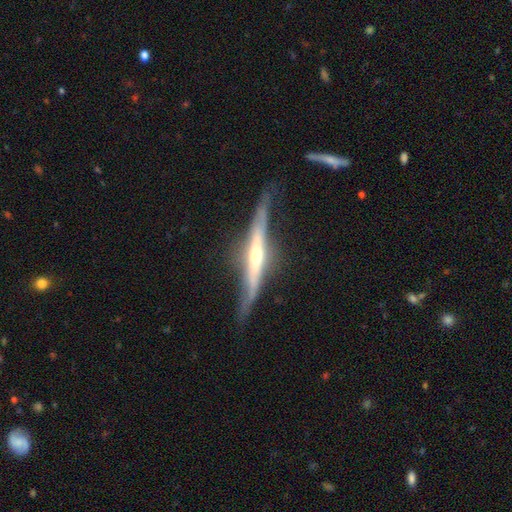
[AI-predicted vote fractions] Morphology: type=featured or disk (84%); edge-on=yes (92%); edge-on bulge=rounded (83%); merging=none (65%).